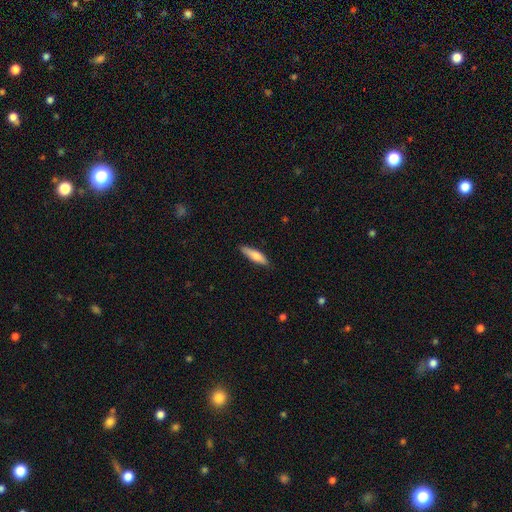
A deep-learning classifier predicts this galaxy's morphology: Smooth or featured?
  - smooth: 75% *
  - featured or disk: 19%
  - star or artifact: 6%
How rounded?
  - cigar-shaped: 69% *
  - in between: 29%
  - round: 2%
Merging?
  - none: 84% *
  - minor disturbance: 13%
  - major disturbance: 2%
  - merger: 1%